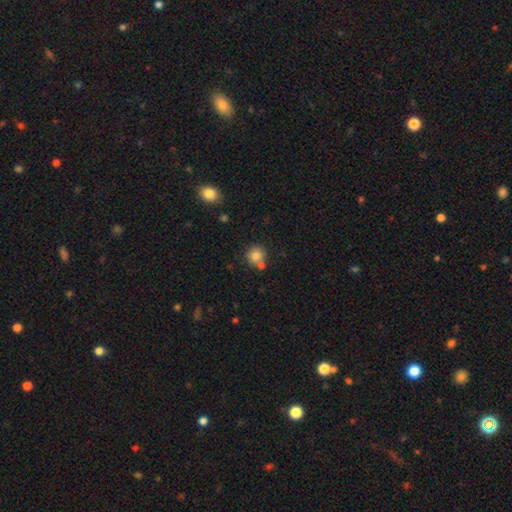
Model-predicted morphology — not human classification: smooth 82%, star or artifact 11%, featured or disk 7%. Down the decision tree: how rounded — round (89%); merging — none (67%).